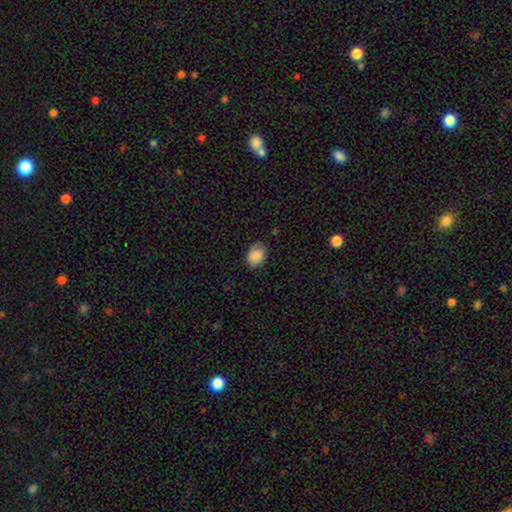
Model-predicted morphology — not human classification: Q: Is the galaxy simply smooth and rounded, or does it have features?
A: smooth — 87%.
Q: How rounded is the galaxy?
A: in between — 69%.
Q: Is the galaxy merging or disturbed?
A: none — 75%.